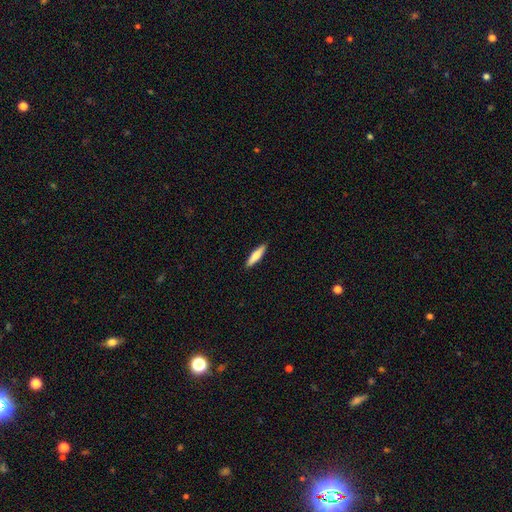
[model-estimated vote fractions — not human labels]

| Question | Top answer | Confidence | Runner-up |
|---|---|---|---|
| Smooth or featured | smooth | 72% | featured or disk (22%) |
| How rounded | cigar-shaped | 79% | in between (19%) |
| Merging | none | 90% | minor disturbance (7%) |